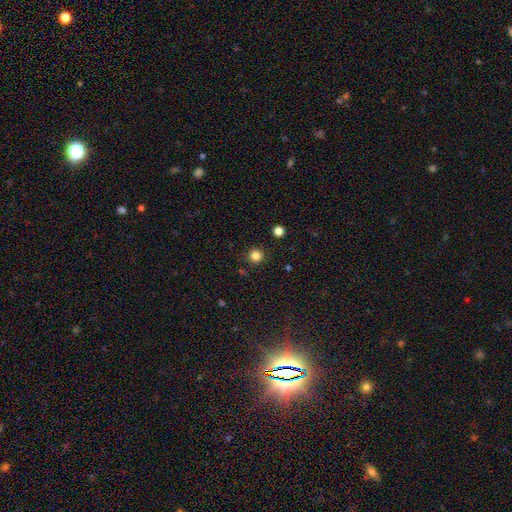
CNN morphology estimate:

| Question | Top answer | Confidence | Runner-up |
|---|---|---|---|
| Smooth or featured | smooth | 83% | star or artifact (13%) |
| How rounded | round | 94% | in between (5%) |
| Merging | none | 90% | minor disturbance (6%) |